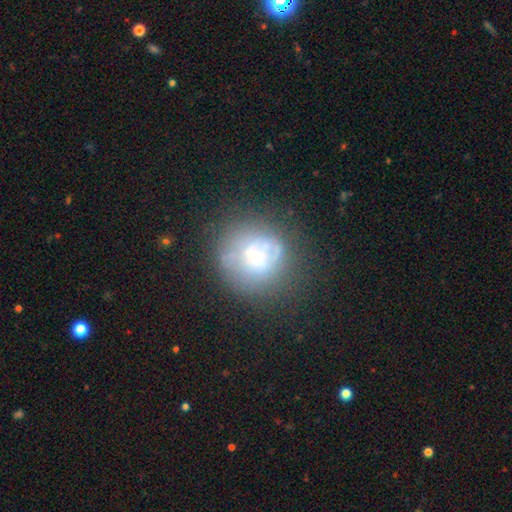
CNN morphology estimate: smooth_or_featured: featured or disk (p=0.44) [alt: smooth p=0.43]
merging: none (p=0.56) [alt: minor disturbance p=0.21]